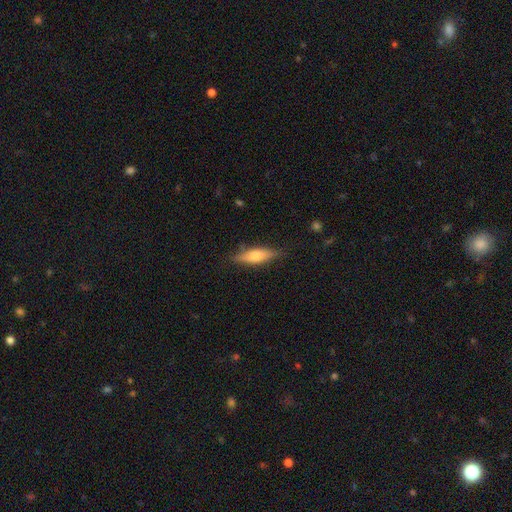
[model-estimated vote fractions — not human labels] Smooth or featured: smooth — 62% (featured or disk — 31%)
How rounded: cigar-shaped — 56% (in between — 42%)
Merging: none — 78% (minor disturbance — 17%)